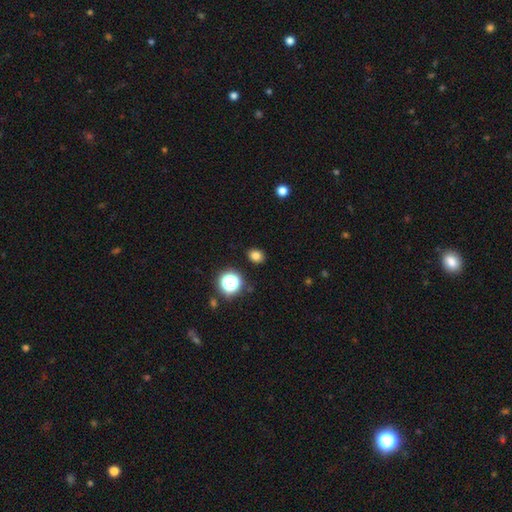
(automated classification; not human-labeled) Smooth or featured?
  - smooth: 79% *
  - star or artifact: 16%
  - featured or disk: 5%
How rounded?
  - round: 58% *
  - in between: 42%
  - cigar-shaped: 1%
Merging?
  - none: 89% *
  - minor disturbance: 8%
  - major disturbance: 2%
  - merger: 2%